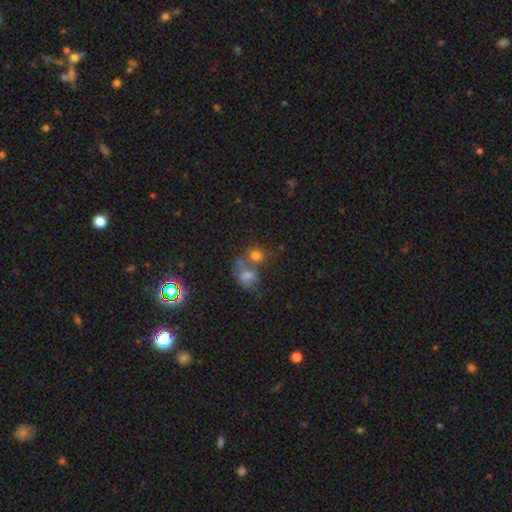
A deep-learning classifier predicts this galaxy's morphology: A smooth galaxy with no disk features (70%) that is round (69%).

Vote fractions:
- Smooth or featured? smooth: 70% / star or artifact: 16% / featured or disk: 13%
- How rounded? round: 69% / in between: 30% / cigar-shaped: 1%
- Merging? none: 42% / merger: 41% / minor disturbance: 11% / major disturbance: 6%